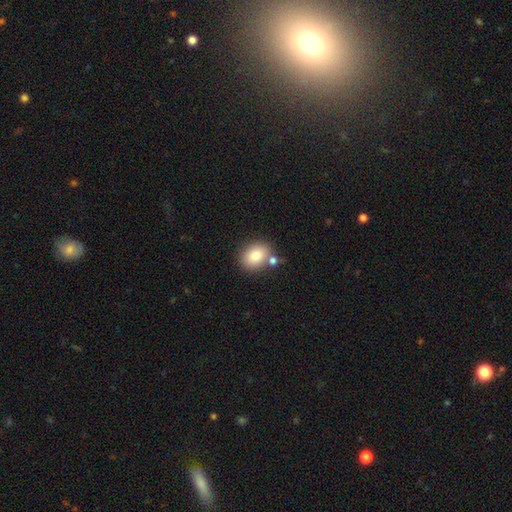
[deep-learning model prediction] This appears to be a smooth galaxy with no disk features (84%) that is in between round and cigar-shaped (56%). Merging: none (71%).